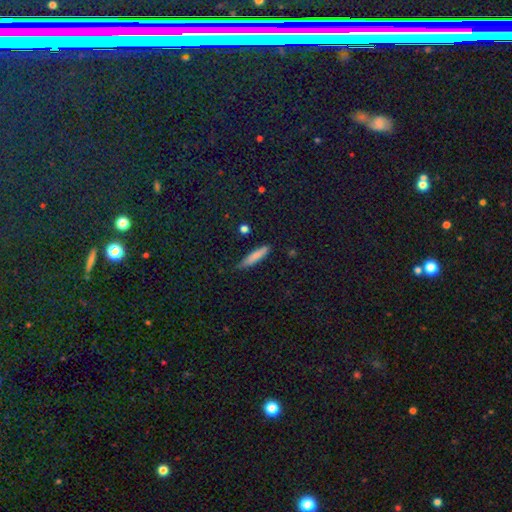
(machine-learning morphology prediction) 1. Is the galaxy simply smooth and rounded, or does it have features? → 79% smooth, 14% featured or disk, 7% star or artifact.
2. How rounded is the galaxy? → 86% cigar-shaped, 12% in between, 2% round.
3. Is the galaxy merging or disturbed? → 76% none, 19% minor disturbance, 3% major disturbance, 2% merger.